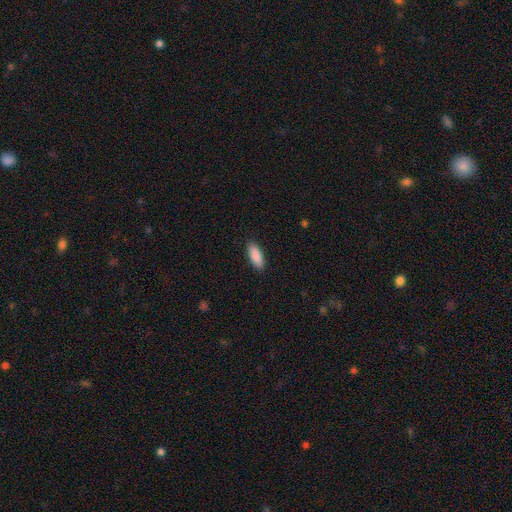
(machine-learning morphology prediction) smooth 90%, star or artifact 6%, featured or disk 4%. Down the decision tree: how rounded — in between (71%); merging — none (89%).